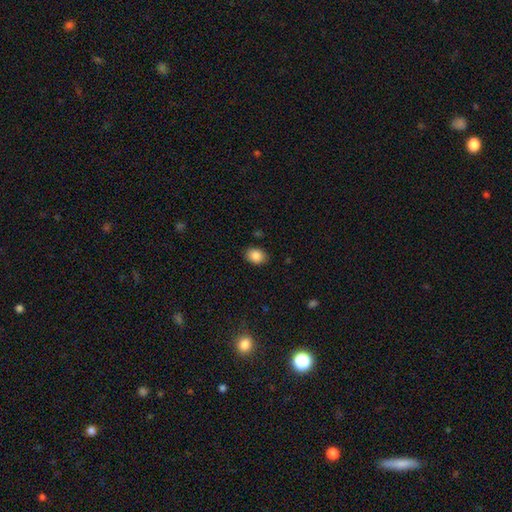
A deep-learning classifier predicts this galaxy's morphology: smooth-or-featured: smooth: 87% | star or artifact: 9% | featured or disk: 4%
  how-rounded: in between: 60% | round: 39% | cigar-shaped: 1%
  merging: none: 87% | minor disturbance: 10% | major disturbance: 2% | merger: 1%